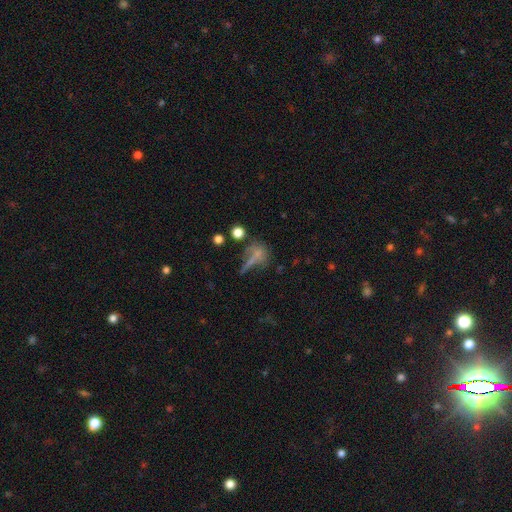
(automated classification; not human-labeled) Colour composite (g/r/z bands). It shows a smooth galaxy with no disk features (56%) that is round (58%). Merging: none (42%).